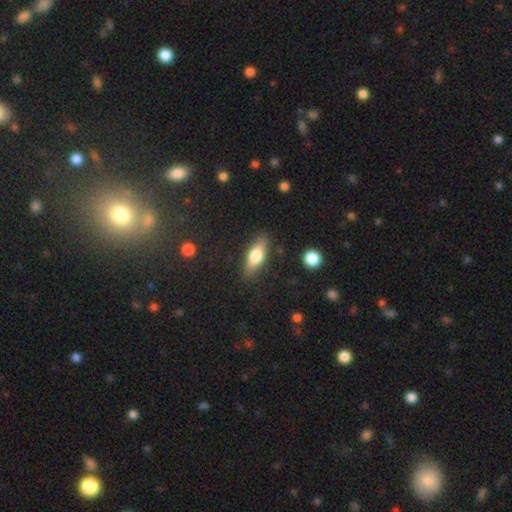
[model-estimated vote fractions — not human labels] This is likely a smooth galaxy (70%). How rounded: likely in between (69%). Merging: clearly none (82%).